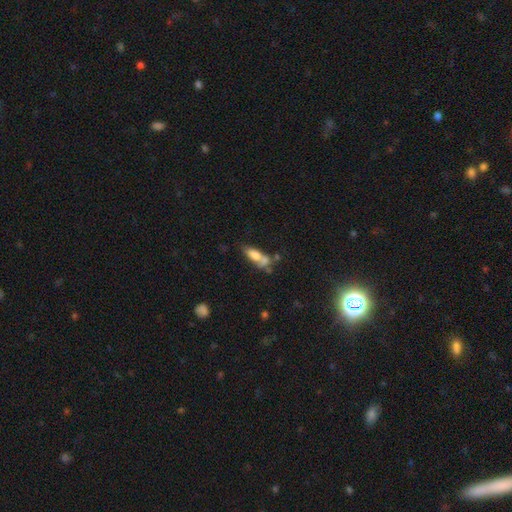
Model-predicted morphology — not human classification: Smooth or featured: smooth — 66% (featured or disk — 24%)
How rounded: in between — 71% (cigar-shaped — 25%)
Merging: merger — 41% (none — 29%)